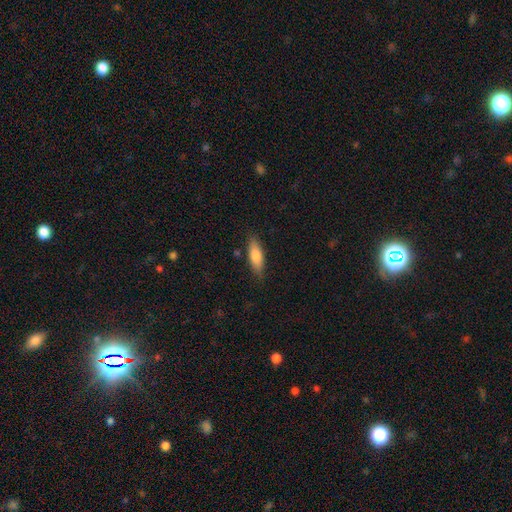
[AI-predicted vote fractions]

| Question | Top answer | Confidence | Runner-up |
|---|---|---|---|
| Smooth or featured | smooth | 77% | featured or disk (17%) |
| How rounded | in between | 57% | cigar-shaped (41%) |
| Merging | none | 83% | minor disturbance (13%) |